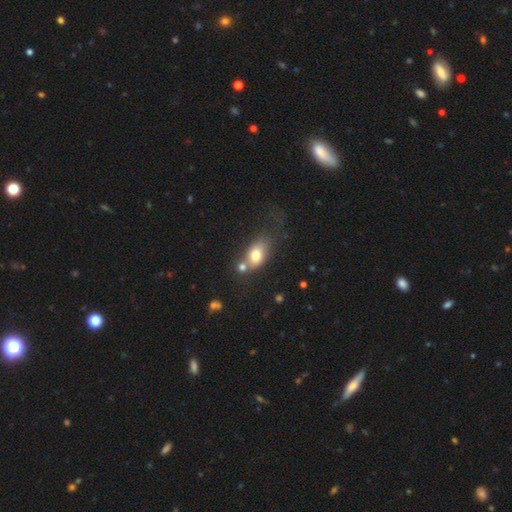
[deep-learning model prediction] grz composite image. It shows a smooth galaxy with no disk features (74%) that is in between round and cigar-shaped (78%). Merging: none (43%).